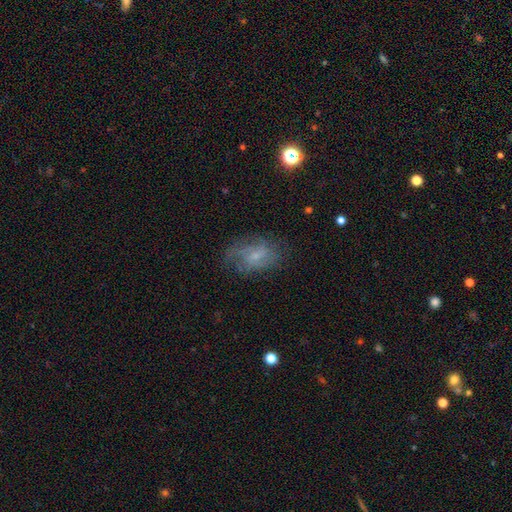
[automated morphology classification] A featured or disk galaxy (59%) with no bar (47%), spiral arms (80%) and a small central bulge (55%).

Vote fractions:
- Smooth or featured? featured or disk: 59% / smooth: 30% / star or artifact: 11%
- Edge-on disk? no: 96% / yes: 4%
- Bar? no: 47% / weak: 45% / strong: 8%
- Spiral arms? yes: 80% / no: 20%
- Bulge size? small: 55% / moderate: 24% / none: 18% / large: 2% / dominant: 1%
- Merging? none: 62% / minor disturbance: 22% / major disturbance: 15% / merger: 2%